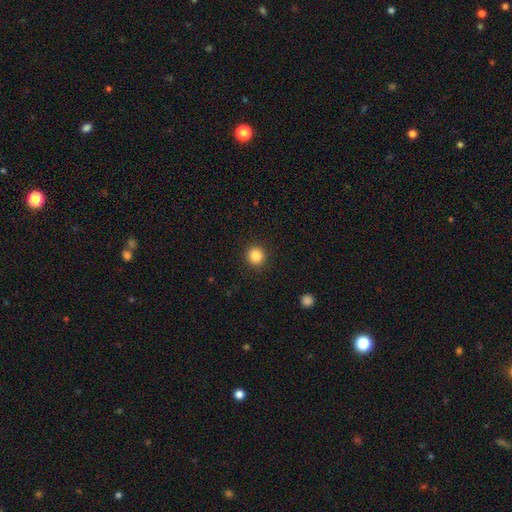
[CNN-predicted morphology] Smooth or featured?
  - smooth: 86% *
  - star or artifact: 11%
  - featured or disk: 4%
How rounded?
  - round: 94% *
  - in between: 5%
  - cigar-shaped: 1%
Merging?
  - none: 92% *
  - minor disturbance: 5%
  - major disturbance: 2%
  - merger: 1%